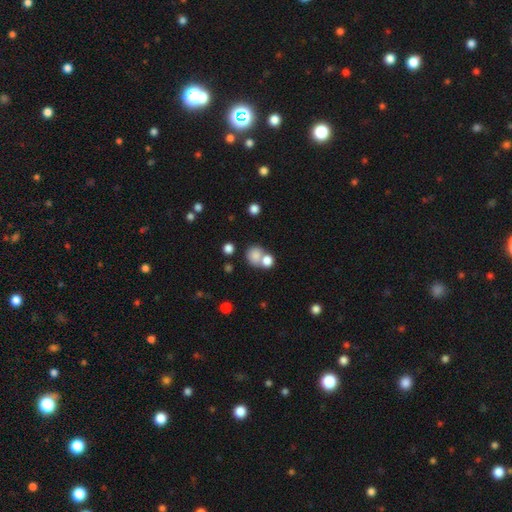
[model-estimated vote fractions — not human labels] The model was most divided on "merging": none: 44%, merger: 43%, minor disturbance: 9%, major disturbance: 5%. More confident: smooth or featured — smooth (80%); how rounded — round (75%).